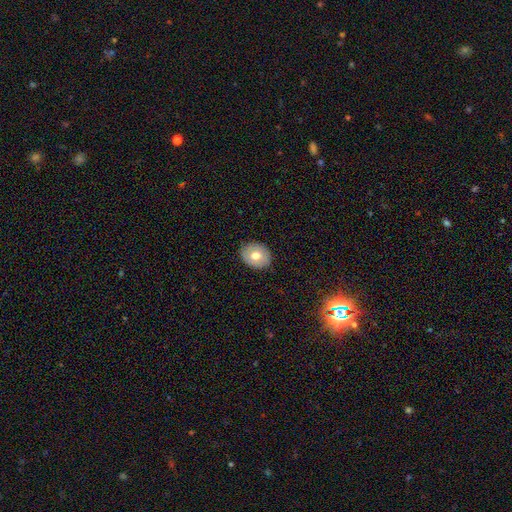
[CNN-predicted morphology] Smooth or featured? Predicted: smooth (p=0.65). How rounded? Predicted: round (p=0.51). Merging? Predicted: none (p=0.86).